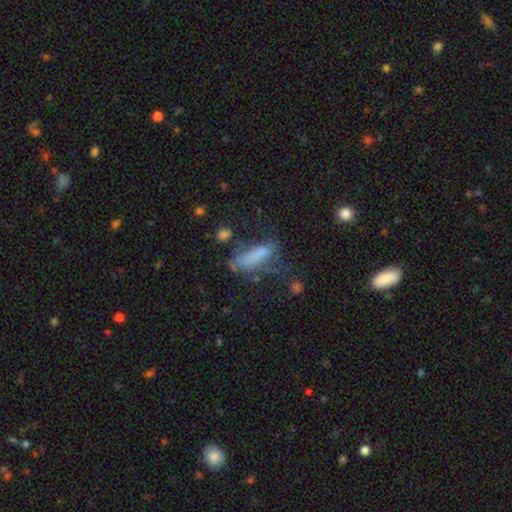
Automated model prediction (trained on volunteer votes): Smooth or featured?
  - smooth: 63% *
  - featured or disk: 24%
  - star or artifact: 13%
How rounded?
  - in between: 51% *
  - cigar-shaped: 46%
  - round: 3%
Merging?
  - major disturbance: 33% *
  - none: 32%
  - minor disturbance: 25%
  - merger: 10%